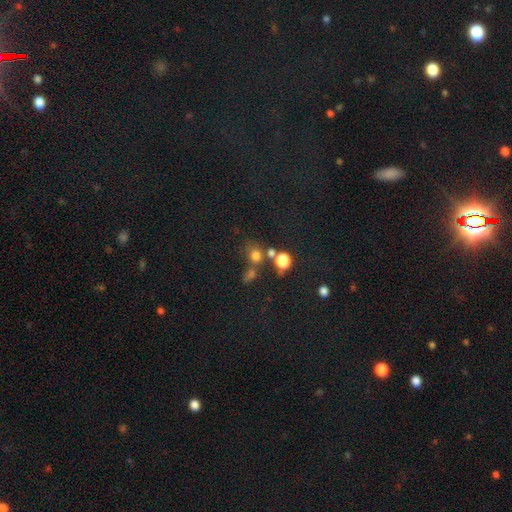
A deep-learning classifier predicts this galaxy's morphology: The model was most divided on "merging": none: 50%, merger: 30%, minor disturbance: 12%, major disturbance: 8%. More confident: how rounded — round (71%); smooth or featured — smooth (69%).